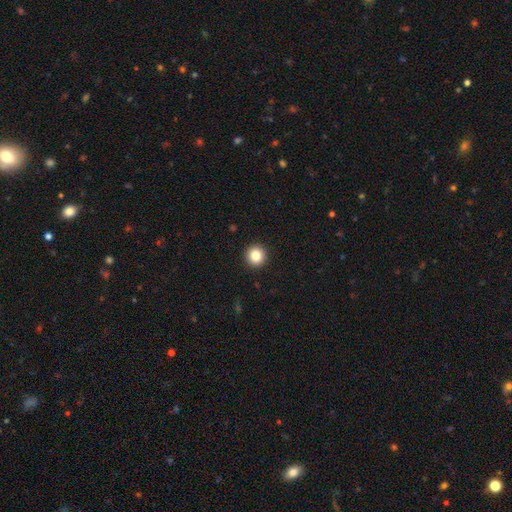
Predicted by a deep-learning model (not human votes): Morphology: type=smooth (85%); roundness=round (95%); merging=none (93%).